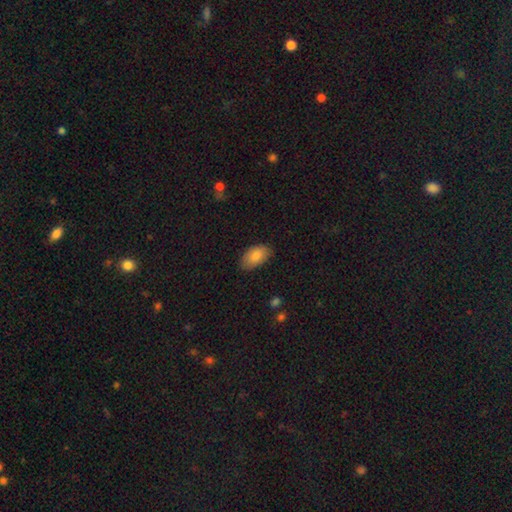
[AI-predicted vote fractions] This appears to be a smooth galaxy with no disk features (83%) that is in between round and cigar-shaped (94%). Merging: none (81%).